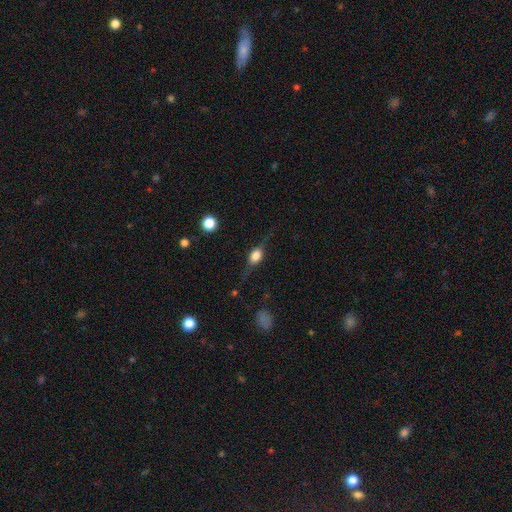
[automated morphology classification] A featured or disk galaxy (58%) viewed edge-on (91%) with a rounded central bulge (92%). Merging: none (69%).